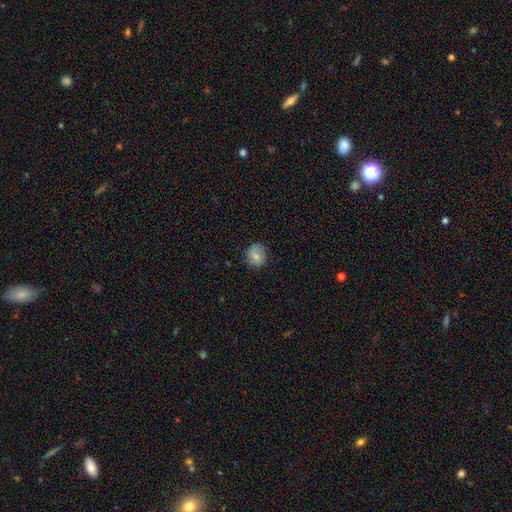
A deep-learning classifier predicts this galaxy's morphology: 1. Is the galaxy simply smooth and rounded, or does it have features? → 75% smooth, 17% featured or disk, 8% star or artifact.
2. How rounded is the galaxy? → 79% round, 20% in between, 1% cigar-shaped.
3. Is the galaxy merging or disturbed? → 78% none, 17% minor disturbance, 4% major disturbance, 1% merger.